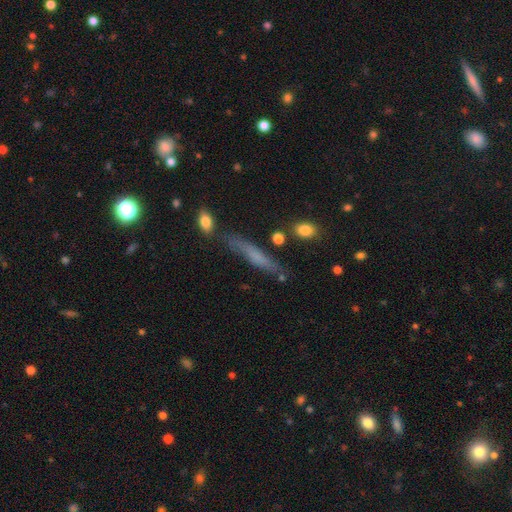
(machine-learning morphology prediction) Smooth or featured? Predicted: smooth (p=0.57). How rounded? Predicted: cigar-shaped (p=0.88). Merging? Predicted: none (p=0.72).